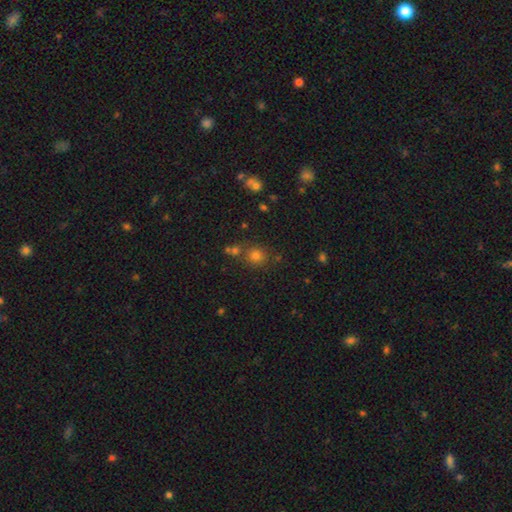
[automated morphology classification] Overall: smooth (70%). How rounded: round (88%). Merging: none (76%).